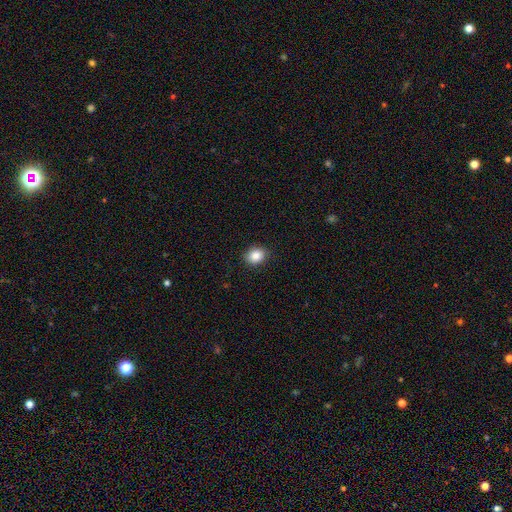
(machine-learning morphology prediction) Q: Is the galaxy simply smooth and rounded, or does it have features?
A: smooth — 87%.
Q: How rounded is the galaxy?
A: round — 55%.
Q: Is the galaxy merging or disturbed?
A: none — 87%.